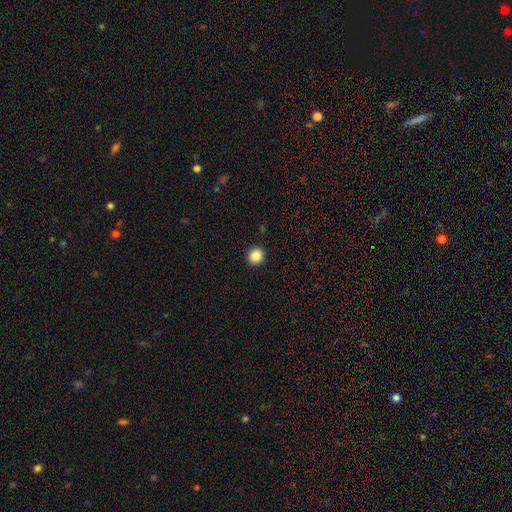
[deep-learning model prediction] Smooth or featured? smooth (87%)
How rounded? round (90%)
Merging? none (93%)